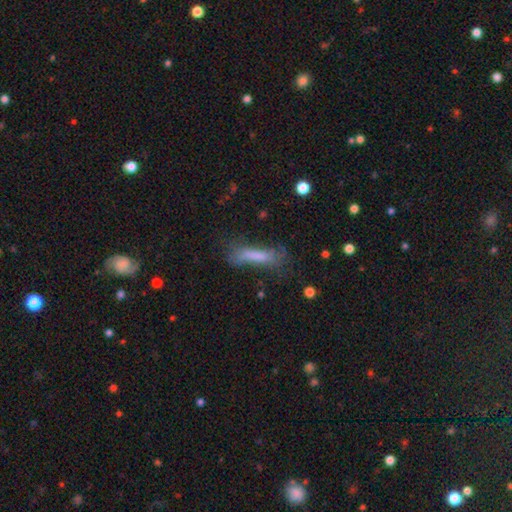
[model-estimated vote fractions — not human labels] Q: Smooth or featured?
A: smooth (64%); runner-up: featured or disk (25%)
Q: How rounded?
A: cigar-shaped (75%); runner-up: in between (23%)
Q: Merging?
A: none (49%); runner-up: minor disturbance (27%)